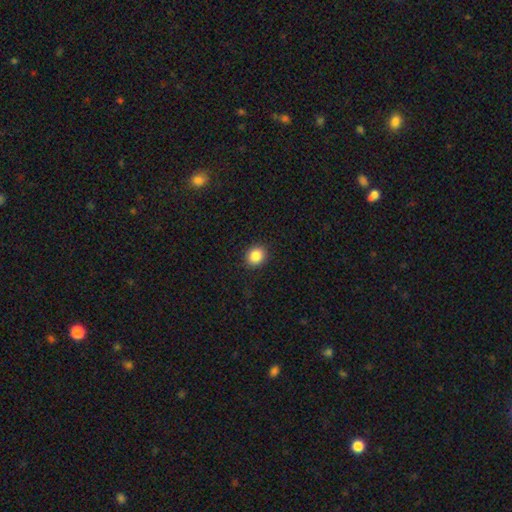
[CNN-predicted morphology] Q: Smooth or featured?
A: smooth (87%); runner-up: star or artifact (9%)
Q: How rounded?
A: round (68%); runner-up: in between (31%)
Q: Merging?
A: none (90%); runner-up: minor disturbance (7%)